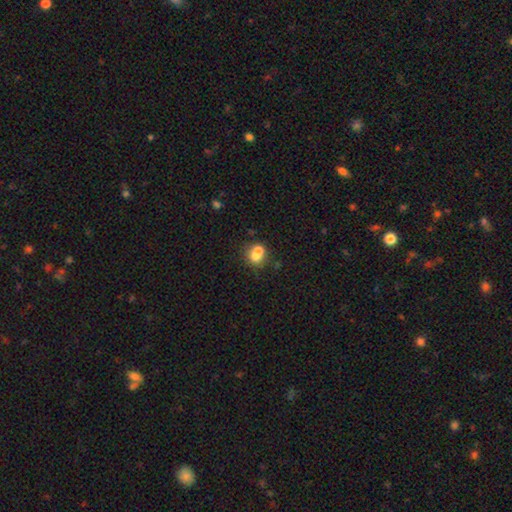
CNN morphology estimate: This appears to be a smooth galaxy with no disk features (68%) that is round (63%). Merging: merger (57%).